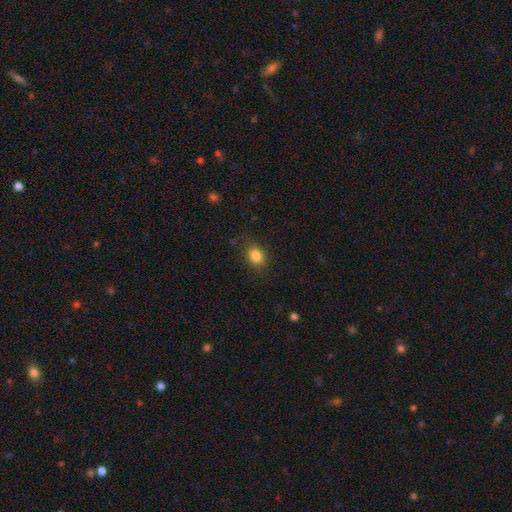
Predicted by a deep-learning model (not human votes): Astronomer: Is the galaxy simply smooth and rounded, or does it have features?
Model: smooth — 84%.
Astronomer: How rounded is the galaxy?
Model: in between — 58% (runner-up: round, 41%).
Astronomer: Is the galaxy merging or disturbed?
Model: none — 83%.